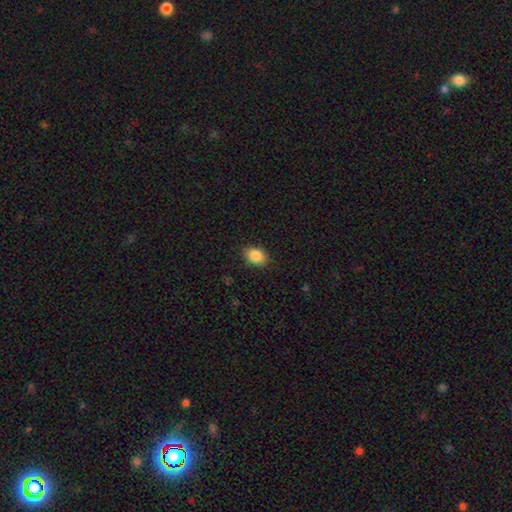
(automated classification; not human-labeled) Smooth or featured?
  - smooth: 87% *
  - star or artifact: 8%
  - featured or disk: 5%
How rounded?
  - in between: 76% *
  - round: 23%
  - cigar-shaped: 1%
Merging?
  - none: 87% *
  - minor disturbance: 10%
  - major disturbance: 2%
  - merger: 1%